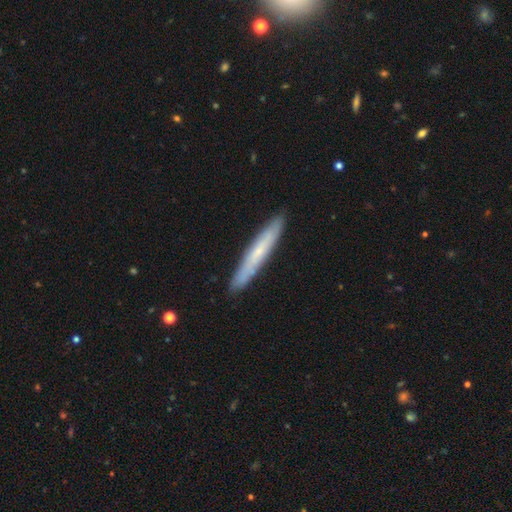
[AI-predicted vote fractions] This is possibly a smooth galaxy (51%). How rounded: clearly cigar-shaped (95%). Merging: clearly none (90%).